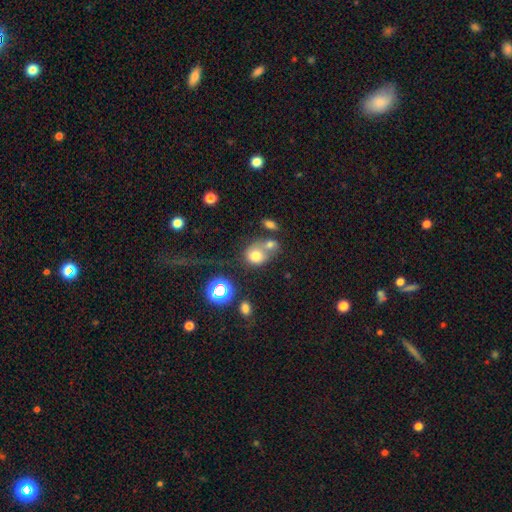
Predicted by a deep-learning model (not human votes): Smooth or featured?
  - smooth: 70% *
  - star or artifact: 16%
  - featured or disk: 14%
How rounded?
  - round: 66% *
  - in between: 33%
  - cigar-shaped: 1%
Merging?
  - merger: 48% *
  - none: 33%
  - minor disturbance: 11%
  - major disturbance: 8%